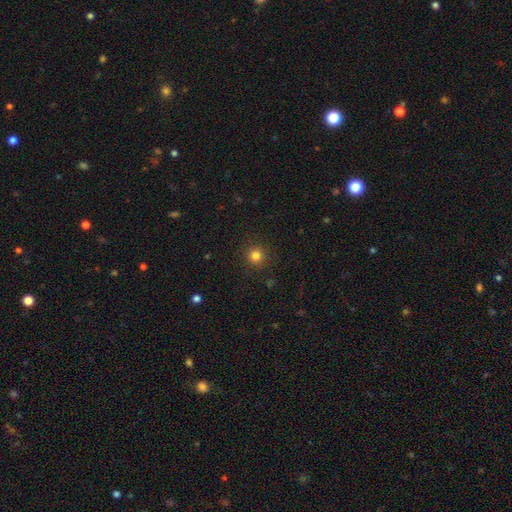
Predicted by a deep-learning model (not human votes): A smooth galaxy with no disk features (81%) that is round (94%).

Vote fractions:
- Smooth or featured? smooth: 81% / star or artifact: 14% / featured or disk: 5%
- How rounded? round: 94% / in between: 5% / cigar-shaped: 1%
- Merging? none: 91% / minor disturbance: 6% / major disturbance: 2% / merger: 1%